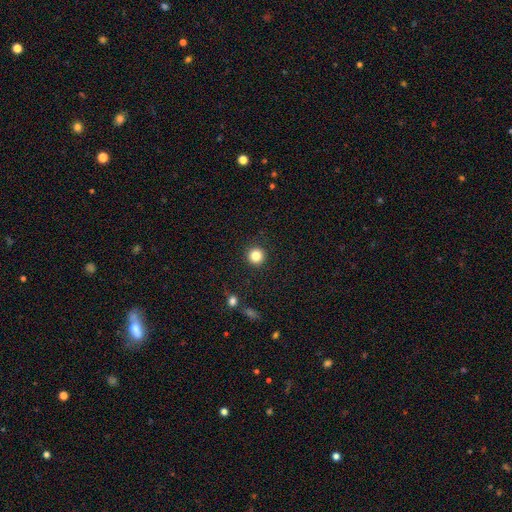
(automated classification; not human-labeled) A smooth galaxy with no disk features (84%) that is round (95%).

Vote fractions:
- Smooth or featured? smooth: 84% / star or artifact: 11% / featured or disk: 5%
- How rounded? round: 95% / in between: 4% / cigar-shaped: 1%
- Merging? none: 92% / minor disturbance: 5% / major disturbance: 2% / merger: 1%